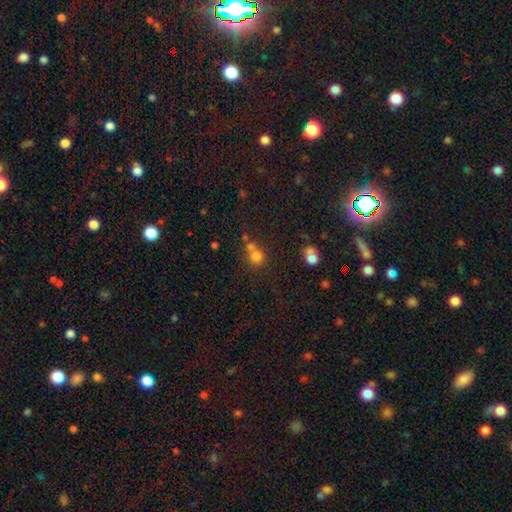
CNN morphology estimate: This appears to be a smooth galaxy with no disk features (75%) that is round (84%). Merging: none (49%).